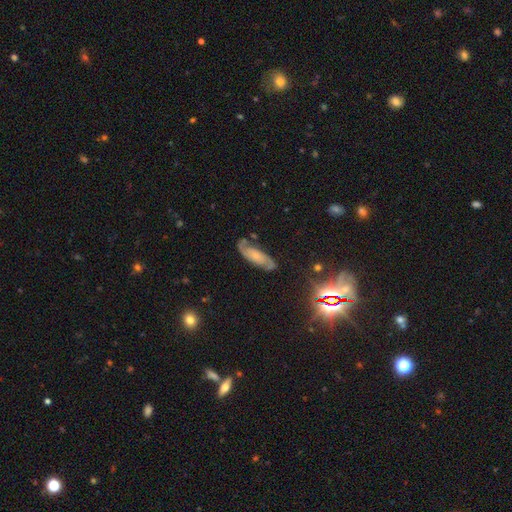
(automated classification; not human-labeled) Morphology: type=featured or disk (74%); edge-on=no (91%); bar=no (64%); spiral arms=yes (94%); winding=medium (44%); arm count=2 (85%); bulge=small (63%); merging=none (74%).